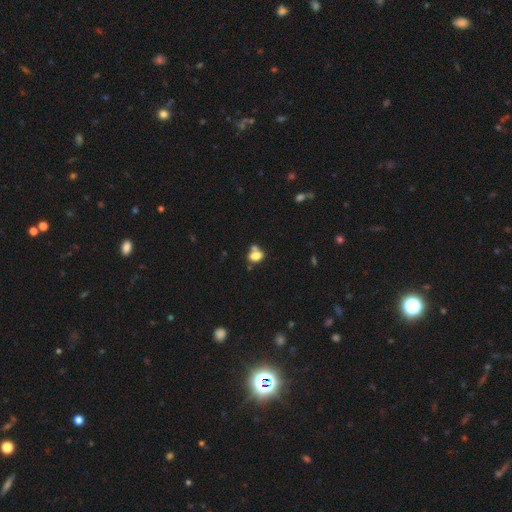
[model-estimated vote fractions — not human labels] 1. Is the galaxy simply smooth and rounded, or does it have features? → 77% smooth, 11% featured or disk, 11% star or artifact.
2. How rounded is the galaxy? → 70% in between, 28% round, 2% cigar-shaped.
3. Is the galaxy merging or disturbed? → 48% none, 32% merger, 14% minor disturbance, 5% major disturbance.